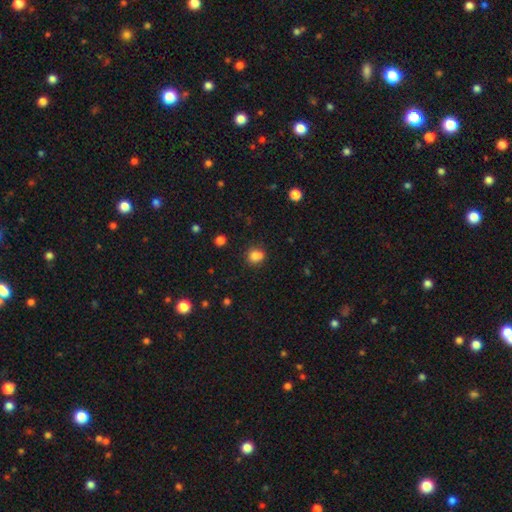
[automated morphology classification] A smooth galaxy with no disk features (79%) that is round (67%).

Vote fractions:
- Smooth or featured? smooth: 79% / star or artifact: 13% / featured or disk: 8%
- How rounded? round: 67% / in between: 32% / cigar-shaped: 1%
- Merging? none: 54% / merger: 26% / minor disturbance: 15% / major disturbance: 5%